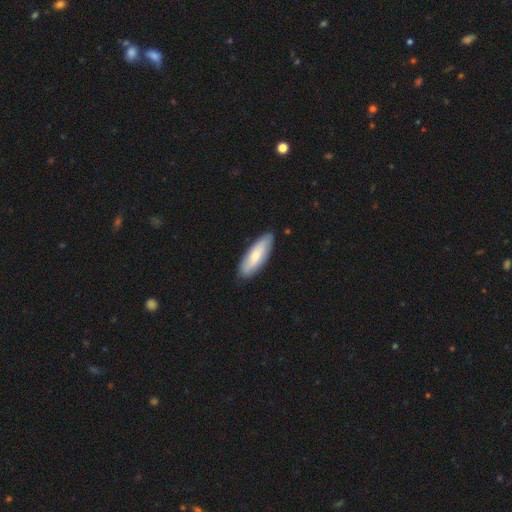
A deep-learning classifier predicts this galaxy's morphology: A smooth galaxy with no disk features (64%) that is in between round and cigar-shaped (61%). Merging: none (86%).